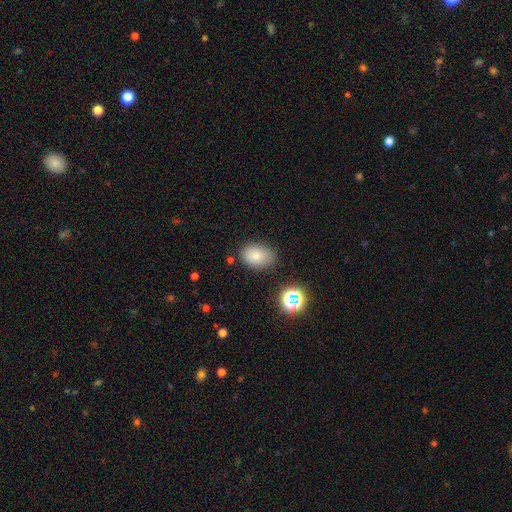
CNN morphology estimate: smooth 78%, star or artifact 12%, featured or disk 10%. Down the decision tree: how rounded — in between (79%); merging — none (76%).